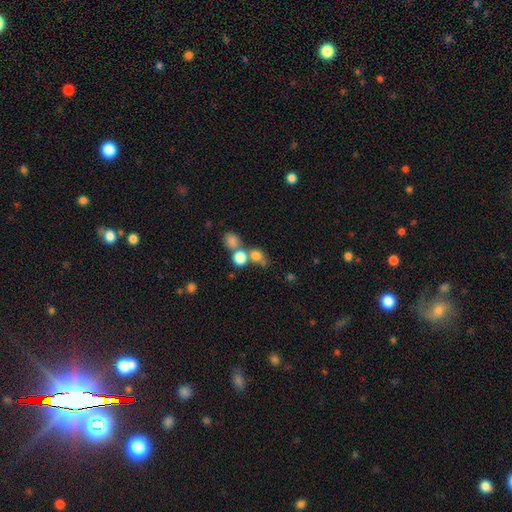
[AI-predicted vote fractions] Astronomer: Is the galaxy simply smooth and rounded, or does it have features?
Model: smooth — 75%.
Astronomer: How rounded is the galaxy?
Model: round — 75%.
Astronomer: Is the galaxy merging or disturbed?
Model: merger — 45% (runner-up: none, 41%).